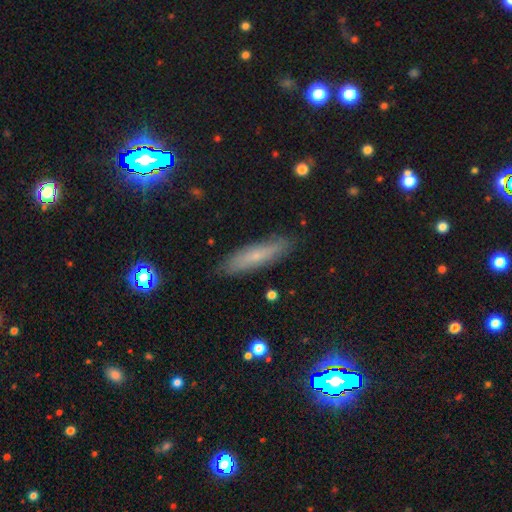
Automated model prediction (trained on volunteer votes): Morphology: type=smooth (58%); roundness=cigar-shaped (76%); merging=none (86%).